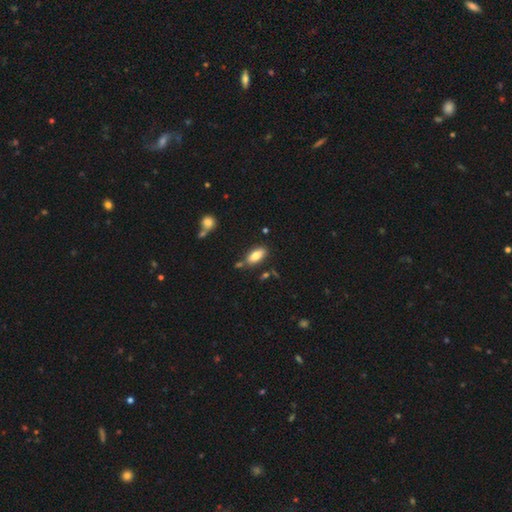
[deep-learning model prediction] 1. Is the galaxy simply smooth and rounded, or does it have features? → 80% smooth, 13% featured or disk, 7% star or artifact.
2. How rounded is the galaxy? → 87% in between, 10% cigar-shaped, 3% round.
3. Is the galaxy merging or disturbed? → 76% none, 13% minor disturbance, 7% merger, 3% major disturbance.